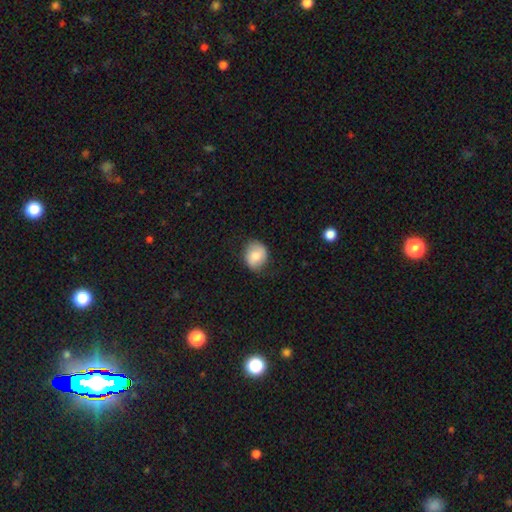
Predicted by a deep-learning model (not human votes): Overall: smooth (76%). How rounded: round (63%; in between 36%). Merging: none (76%).